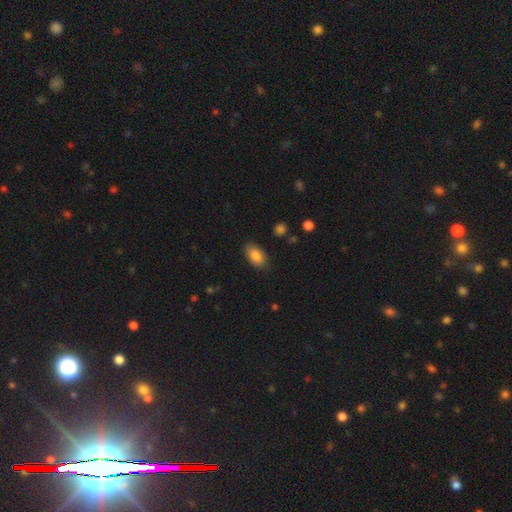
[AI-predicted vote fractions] Smooth or featured? Predicted: smooth (p=0.86). How rounded? Predicted: in between (p=0.93). Merging? Predicted: none (p=0.83).